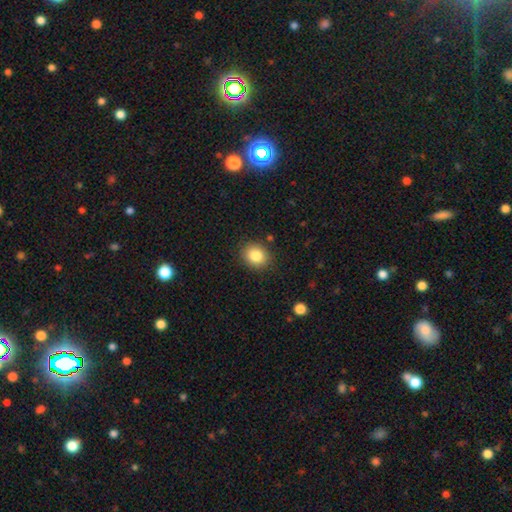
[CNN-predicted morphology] The model was most divided on "how rounded": round: 64%, in between: 35%, cigar-shaped: 1%. More confident: merging — none (88%); smooth or featured — smooth (84%).